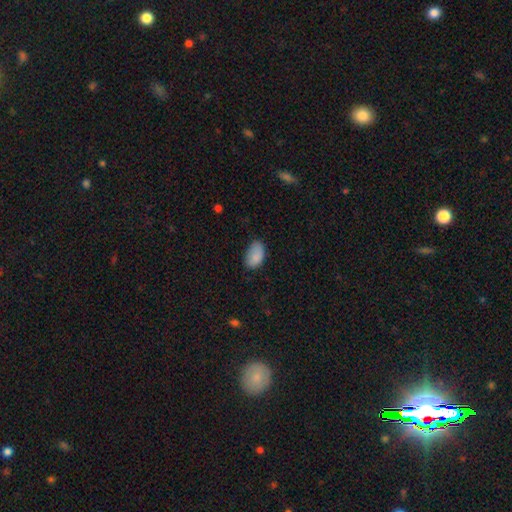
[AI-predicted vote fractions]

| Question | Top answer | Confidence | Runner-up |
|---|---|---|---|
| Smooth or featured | smooth | 86% | star or artifact (7%) |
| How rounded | in between | 92% | round (6%) |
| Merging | none | 62% | minor disturbance (30%) |